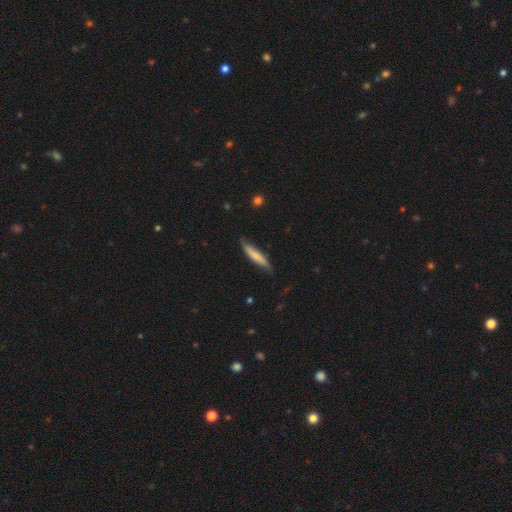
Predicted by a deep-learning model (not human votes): A smooth galaxy with no disk features (65%) that is cigar-shaped (88%). Merging: none (73%).